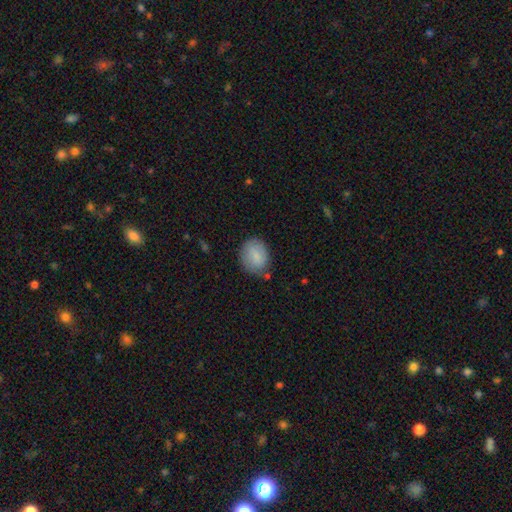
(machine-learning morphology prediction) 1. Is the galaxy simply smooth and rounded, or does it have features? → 82% smooth, 12% featured or disk, 7% star or artifact.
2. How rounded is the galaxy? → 51% in between, 48% round, 1% cigar-shaped.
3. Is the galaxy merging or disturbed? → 70% none, 22% minor disturbance, 5% major disturbance, 3% merger.